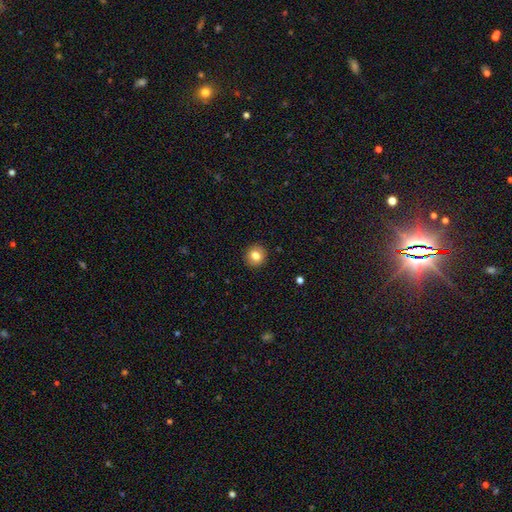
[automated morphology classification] smooth 80%, featured or disk 10%, star or artifact 10%. Down the decision tree: how rounded — round (90%); merging — none (92%).